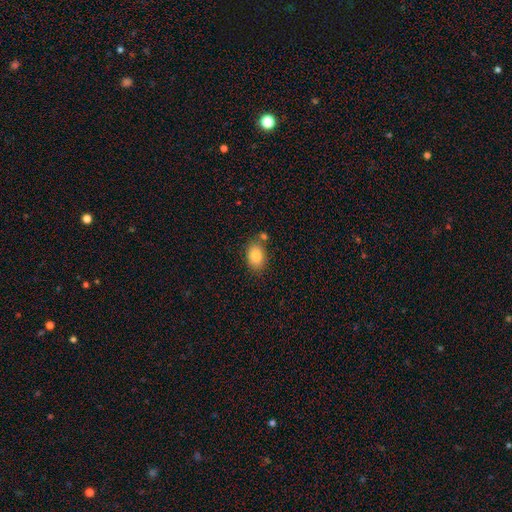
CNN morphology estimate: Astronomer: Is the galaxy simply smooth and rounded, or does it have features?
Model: smooth — 84%.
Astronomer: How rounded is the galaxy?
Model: in between — 81%.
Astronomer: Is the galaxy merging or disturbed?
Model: none — 72%.